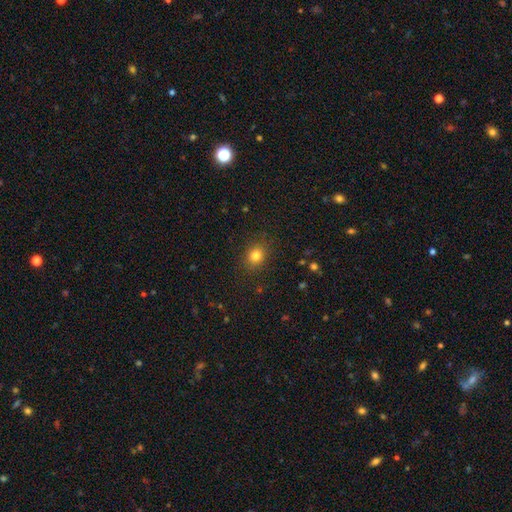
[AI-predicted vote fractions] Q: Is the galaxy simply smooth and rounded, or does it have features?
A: smooth — 81%.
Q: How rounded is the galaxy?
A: round — 67%.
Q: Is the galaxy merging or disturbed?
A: none — 87%.